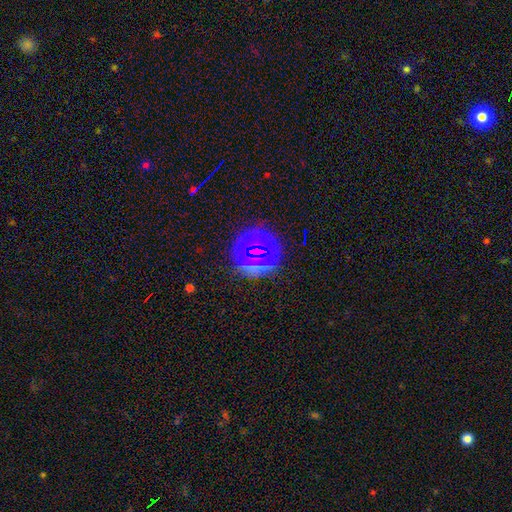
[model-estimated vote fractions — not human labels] Overall: star or artifact (68%).